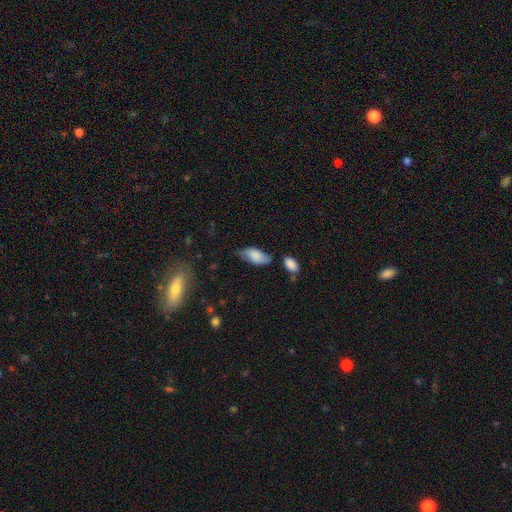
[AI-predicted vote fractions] Smooth or featured? smooth (76%)
How rounded? in between (91%)
Merging? none (50%)